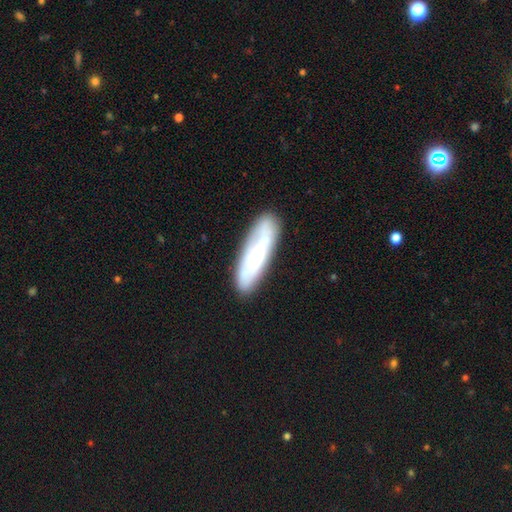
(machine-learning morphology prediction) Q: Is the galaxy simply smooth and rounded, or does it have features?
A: smooth — 52%.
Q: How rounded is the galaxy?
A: cigar-shaped — 66%.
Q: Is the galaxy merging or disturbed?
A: none — 79%.